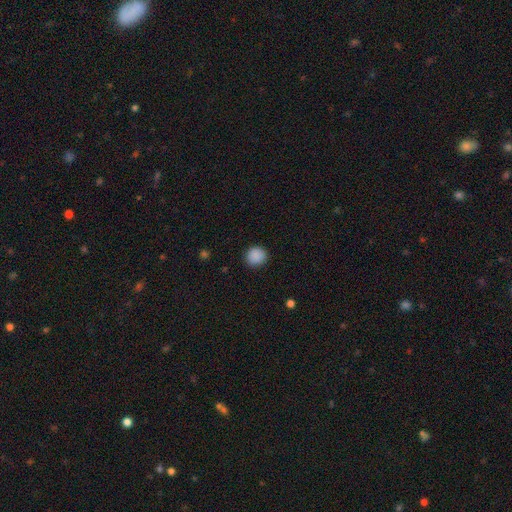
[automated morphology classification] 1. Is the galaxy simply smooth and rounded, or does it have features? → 89% smooth, 9% star or artifact, 3% featured or disk.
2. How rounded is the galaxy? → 90% round, 9% in between, 1% cigar-shaped.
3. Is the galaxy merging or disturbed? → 90% none, 7% minor disturbance, 2% major disturbance, 1% merger.